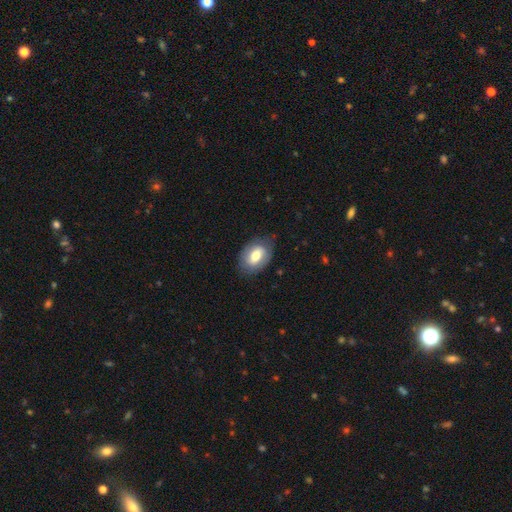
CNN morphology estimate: type=smooth (67%); roundness=in between (87%); merging=none (76%).